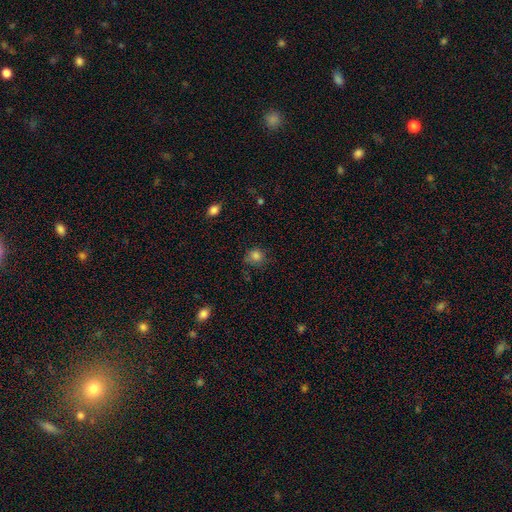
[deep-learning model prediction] Morphology: type=smooth (82%); roundness=round (82%); merging=none (70%).